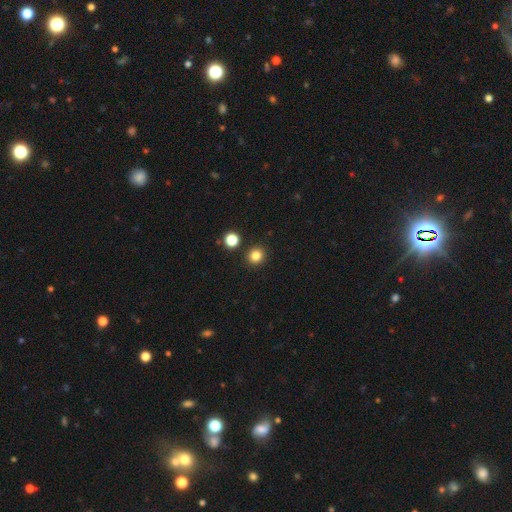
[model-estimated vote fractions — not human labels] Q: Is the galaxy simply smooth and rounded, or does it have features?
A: smooth — 83%.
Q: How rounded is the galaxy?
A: round — 89%.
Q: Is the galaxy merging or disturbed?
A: none — 90%.